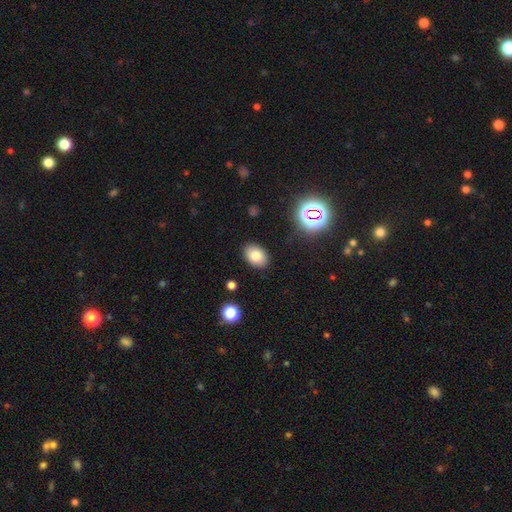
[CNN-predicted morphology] Smooth or featured? smooth (79%)
How rounded? in between (81%)
Merging? none (88%)